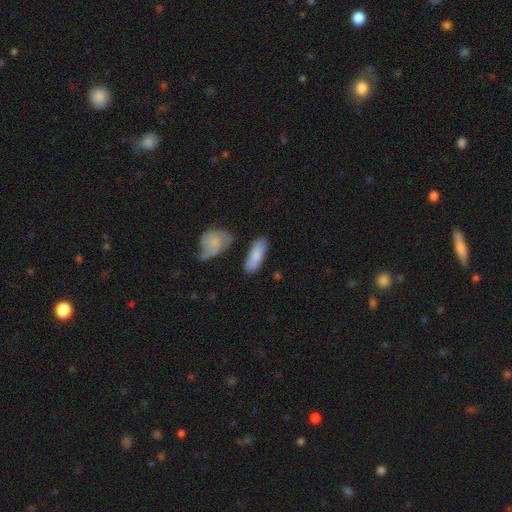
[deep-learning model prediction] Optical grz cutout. It shows a smooth galaxy with no disk features (78%) that is in between round and cigar-shaped (70%). Merging: none (69%).